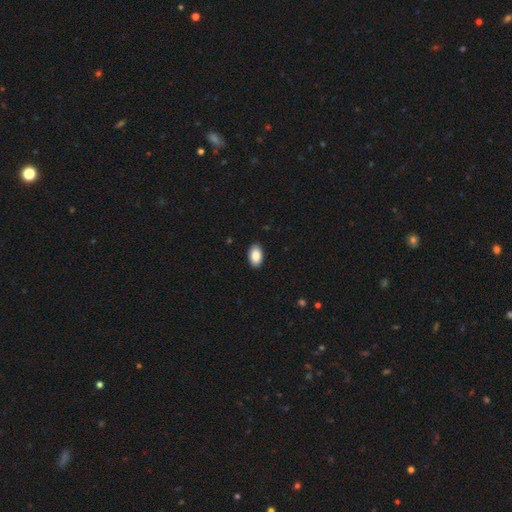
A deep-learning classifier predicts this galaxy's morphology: This is clearly a smooth galaxy (89%). How rounded: clearly in between (94%). Merging: clearly none (89%).